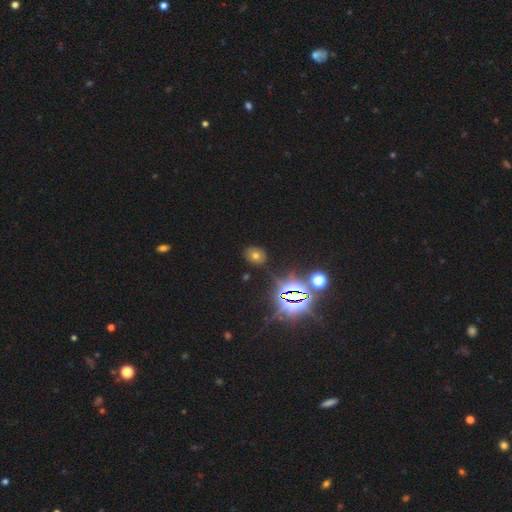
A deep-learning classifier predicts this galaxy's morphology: smooth 51%, star or artifact 35%, featured or disk 13%. Down the decision tree: how rounded — round (60%); merging — none (84%).